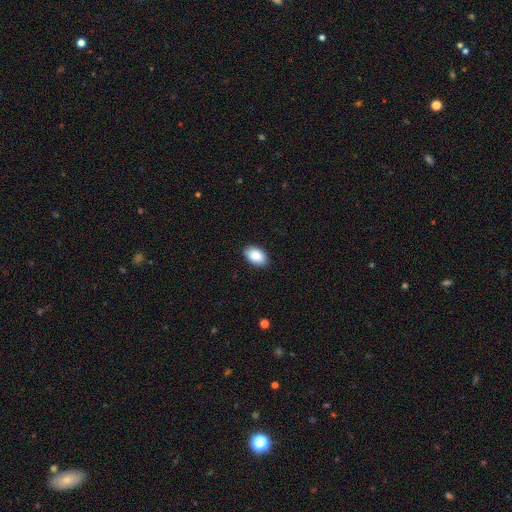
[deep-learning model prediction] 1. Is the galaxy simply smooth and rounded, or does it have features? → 89% smooth, 6% star or artifact, 5% featured or disk.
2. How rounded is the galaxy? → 93% in between, 6% round, 1% cigar-shaped.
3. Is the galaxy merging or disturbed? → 88% none, 9% minor disturbance, 2% major disturbance, 1% merger.